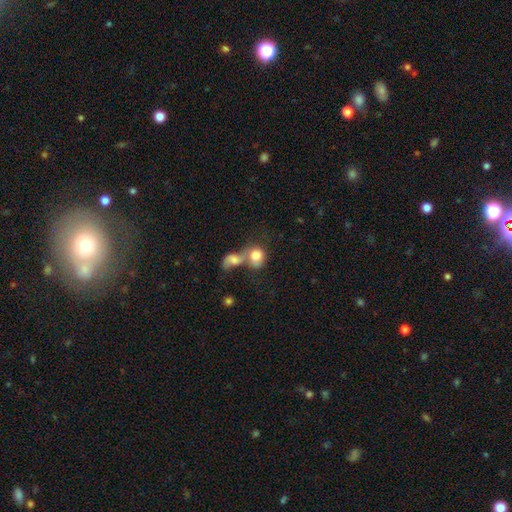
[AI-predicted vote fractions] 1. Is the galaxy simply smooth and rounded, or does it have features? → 78% smooth, 14% featured or disk, 8% star or artifact.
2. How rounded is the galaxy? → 59% round, 39% in between, 2% cigar-shaped.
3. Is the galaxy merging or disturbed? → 66% merger, 20% none, 8% minor disturbance, 7% major disturbance.